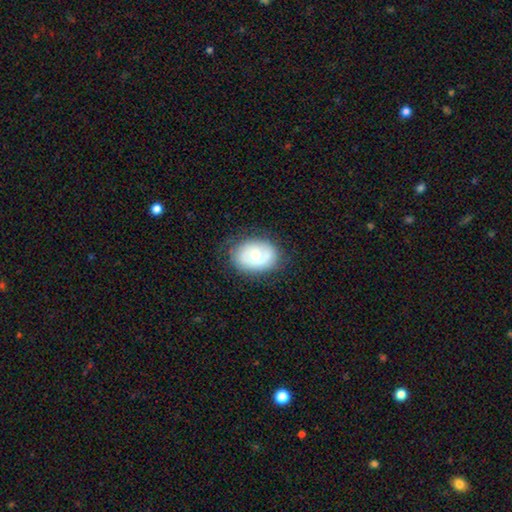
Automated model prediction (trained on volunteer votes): Morphology: type=smooth (48%); merging=none (78%).